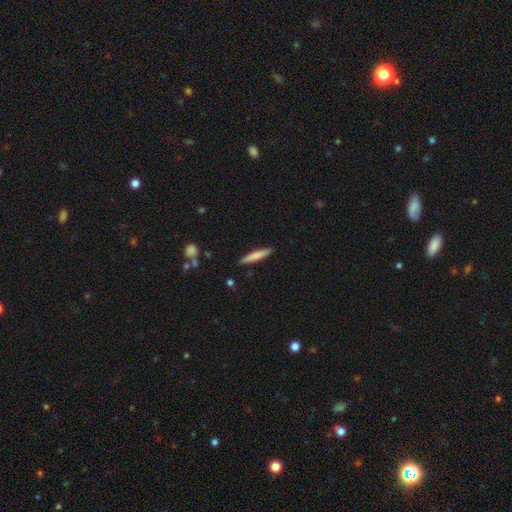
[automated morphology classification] A smooth galaxy with no disk features (72%) that is cigar-shaped (92%). Merging: none (89%).